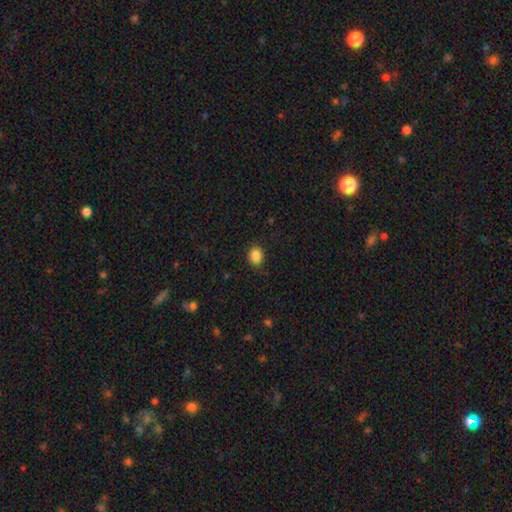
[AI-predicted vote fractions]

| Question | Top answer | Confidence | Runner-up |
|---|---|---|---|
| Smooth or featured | smooth | 86% | star or artifact (10%) |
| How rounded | round | 60% | in between (40%) |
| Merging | none | 86% | minor disturbance (10%) |